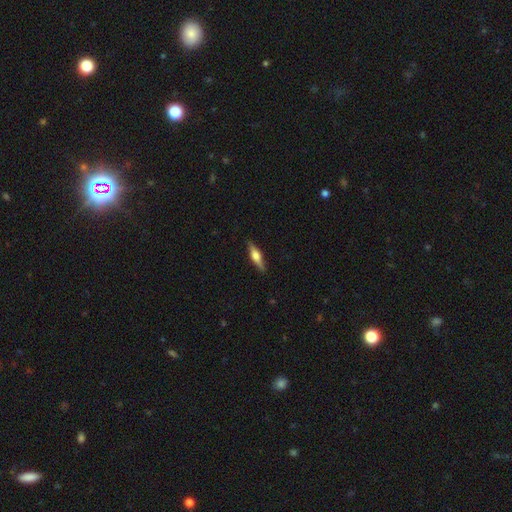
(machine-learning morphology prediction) featured or disk 57%, smooth 37%, star or artifact 6%. Down the decision tree: edge-on disk — yes (95%); edge-on bulge — rounded (89%); merging — none (87%).